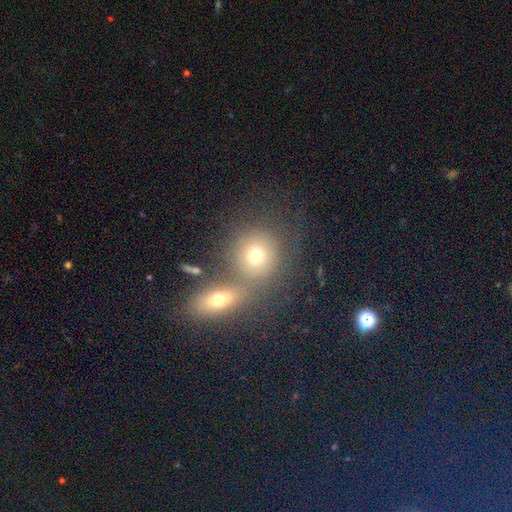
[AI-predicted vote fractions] A smooth galaxy with no disk features (70%) that is round (78%).

Vote fractions:
- Smooth or featured? smooth: 70% / featured or disk: 16% / star or artifact: 14%
- How rounded? round: 78% / in between: 20% / cigar-shaped: 1%
- Merging? merger: 44% / none: 43% / minor disturbance: 8% / major disturbance: 5%